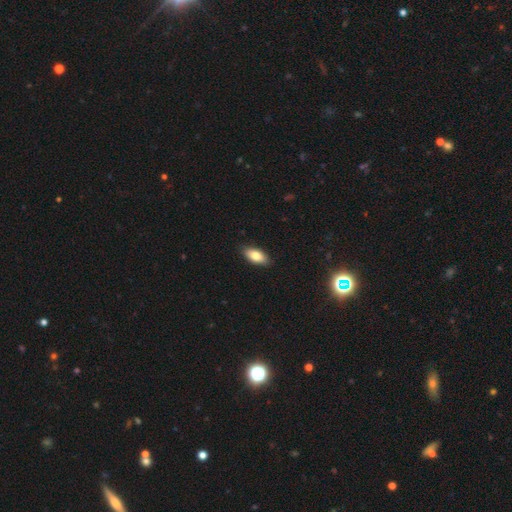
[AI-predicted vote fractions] A smooth galaxy with no disk features (80%) that is in between round and cigar-shaped (88%). Merging: none (88%).